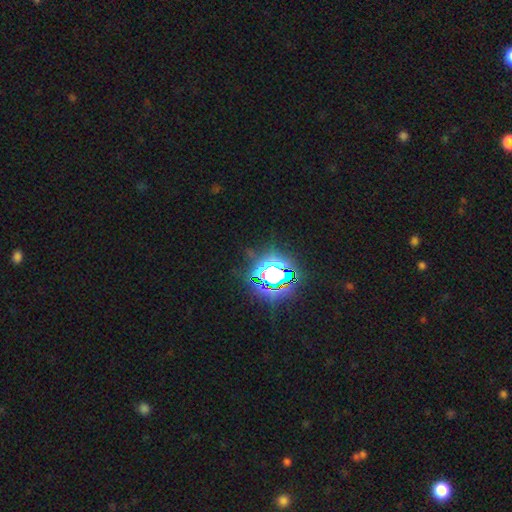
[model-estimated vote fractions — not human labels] Morphology: type=star or artifact (83%).